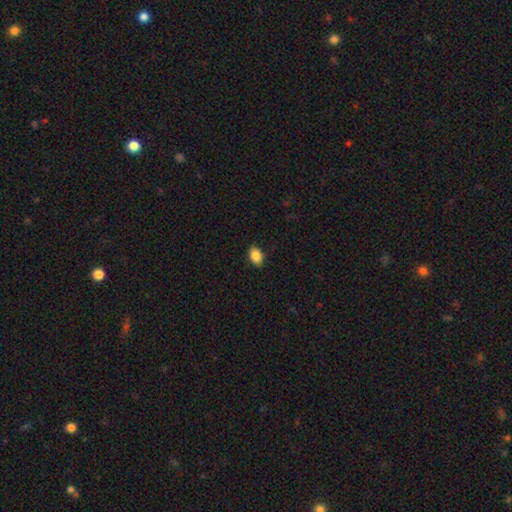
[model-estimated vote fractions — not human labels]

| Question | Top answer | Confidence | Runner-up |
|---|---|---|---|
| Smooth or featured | smooth | 87% | star or artifact (8%) |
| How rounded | in between | 80% | round (19%) |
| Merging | none | 87% | minor disturbance (10%) |